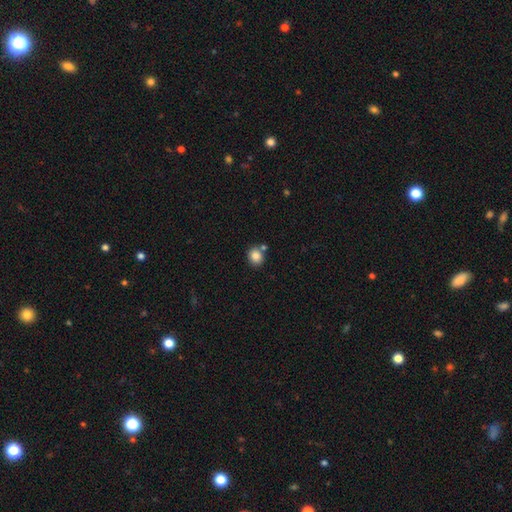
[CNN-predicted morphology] A smooth galaxy with no disk features (85%) that is round (71%).

Vote fractions:
- Smooth or featured? smooth: 85% / star or artifact: 10% / featured or disk: 5%
- How rounded? round: 71% / in between: 28% / cigar-shaped: 1%
- Merging? none: 74% / merger: 14% / minor disturbance: 10% / major disturbance: 3%